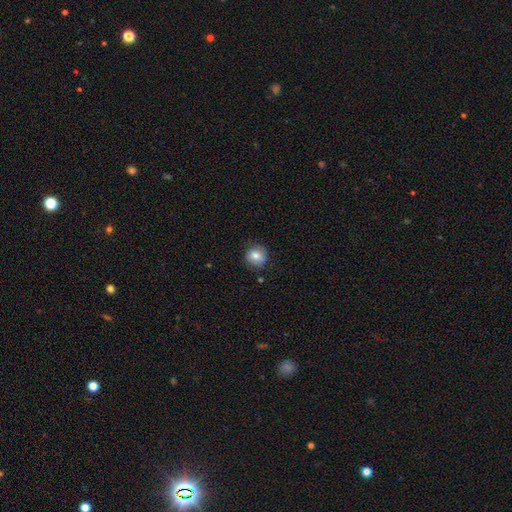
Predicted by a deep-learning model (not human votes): Smooth or featured? smooth (73%)
How rounded? round (85%)
Merging? none (79%)